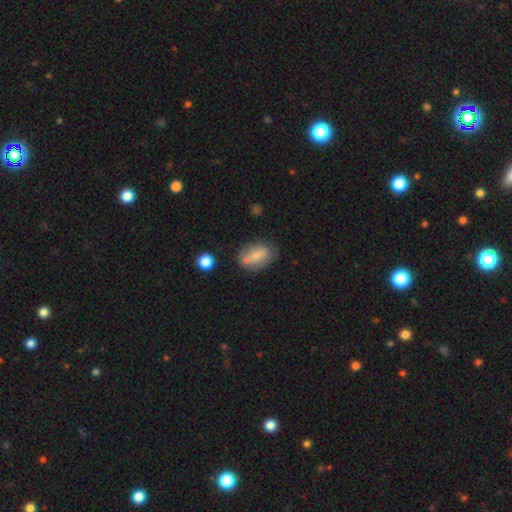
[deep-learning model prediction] Smooth or featured? Predicted: smooth (p=0.69). How rounded? Predicted: in between (p=0.84). Merging? Predicted: none (p=0.60).